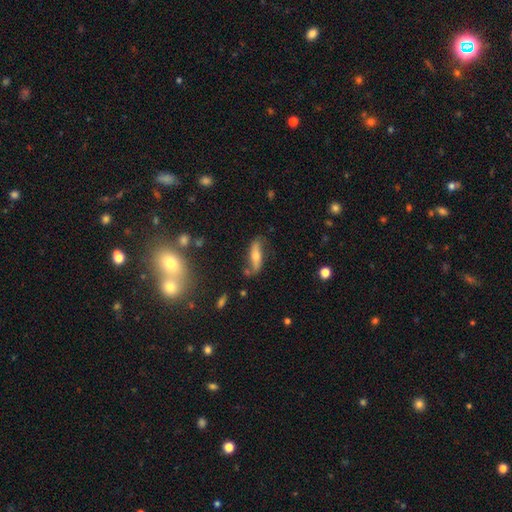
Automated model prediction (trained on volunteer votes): Overall: featured or disk (52%; smooth 39%). Edge-on disk: no (54%; yes 46%). Merging: none (67%).